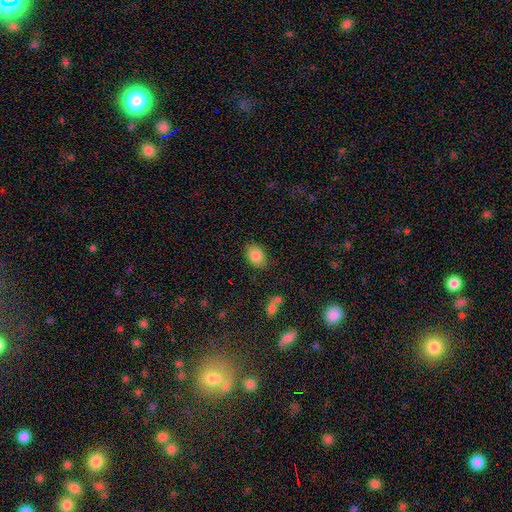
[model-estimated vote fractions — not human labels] smooth_or_featured: smooth (p=0.85) [alt: star or artifact p=0.08]
how_rounded: in between (p=0.79) [alt: round p=0.20]
merging: none (p=0.83) [alt: minor disturbance p=0.12]